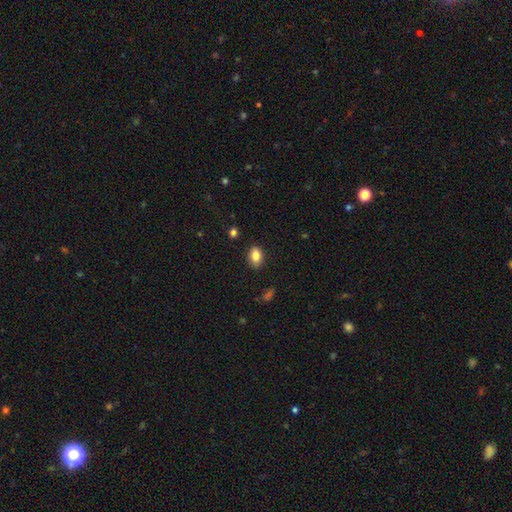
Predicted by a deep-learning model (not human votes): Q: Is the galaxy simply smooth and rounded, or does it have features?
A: smooth — 84%.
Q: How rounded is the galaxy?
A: in between — 80%.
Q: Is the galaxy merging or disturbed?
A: none — 86%.